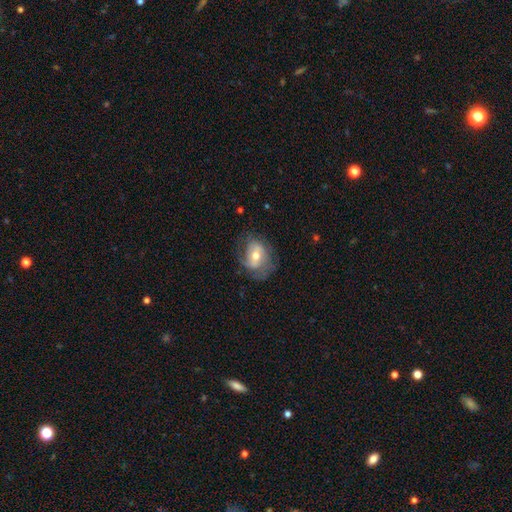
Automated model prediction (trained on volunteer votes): Overall: featured or disk (59%; smooth 34%). Edge-on disk: no (95%). Bar: no (41%, tied with weak). Spiral arms: yes (74%). Bulge size: moderate (69%). Merging: none (59%; minor disturbance 24%).